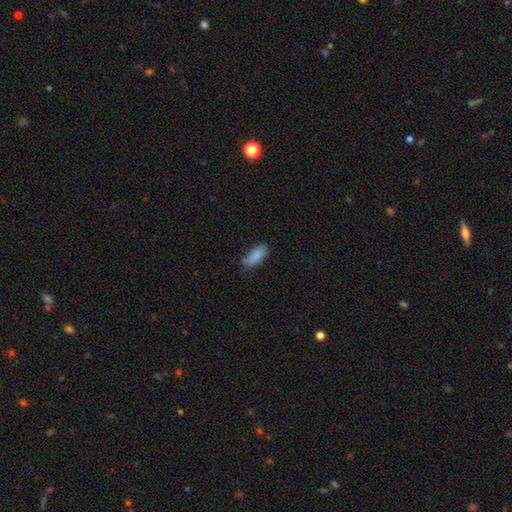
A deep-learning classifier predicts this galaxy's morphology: A smooth galaxy with no disk features (88%) that is in between round and cigar-shaped (85%).

Vote fractions:
- Smooth or featured? smooth: 88% / star or artifact: 7% / featured or disk: 5%
- How rounded? in between: 85% / cigar-shaped: 13% / round: 2%
- Merging? none: 73% / minor disturbance: 22% / major disturbance: 4% / merger: 2%